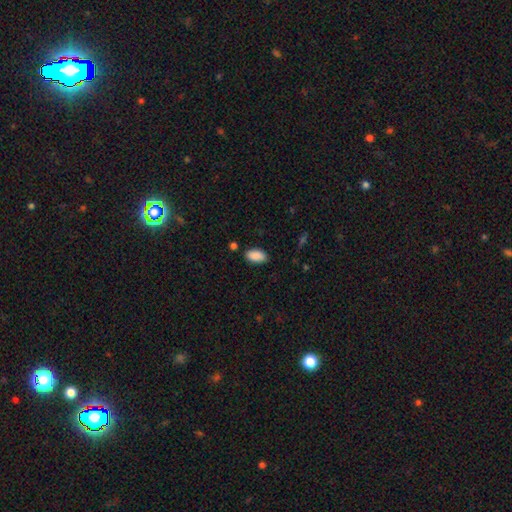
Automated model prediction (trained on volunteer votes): A smooth galaxy with no disk features (90%) that is in between round and cigar-shaped (94%).

Vote fractions:
- Smooth or featured? smooth: 90% / star or artifact: 7% / featured or disk: 4%
- How rounded? in between: 94% / cigar-shaped: 3% / round: 3%
- Merging? none: 85% / minor disturbance: 10% / major disturbance: 2% / merger: 2%